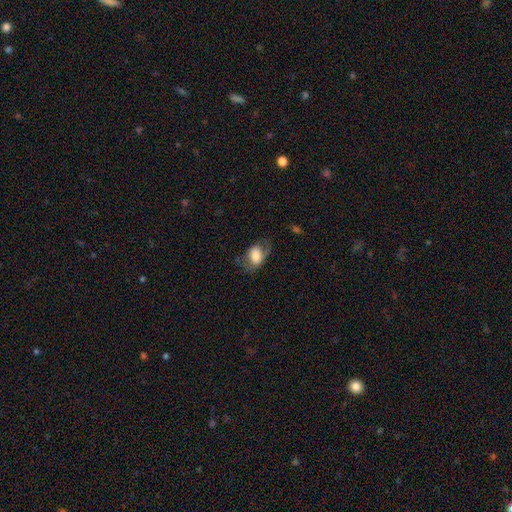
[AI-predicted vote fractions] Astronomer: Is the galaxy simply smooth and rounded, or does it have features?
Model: smooth — 67%.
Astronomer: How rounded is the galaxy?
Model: in between — 82%.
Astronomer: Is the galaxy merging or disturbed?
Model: none — 56%.